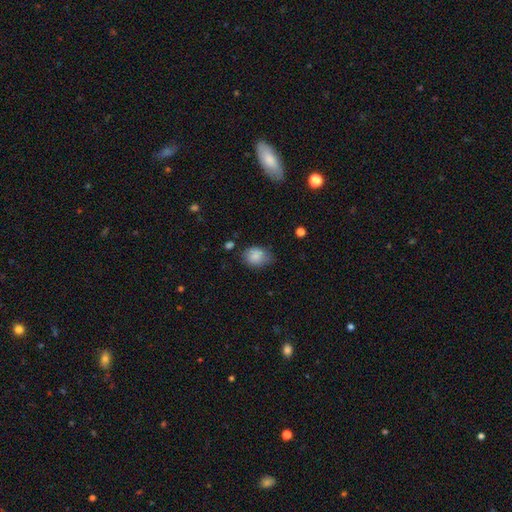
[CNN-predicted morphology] This appears to be a smooth galaxy with no disk features (84%) that is in between round and cigar-shaped (63%). Merging: none (64%).